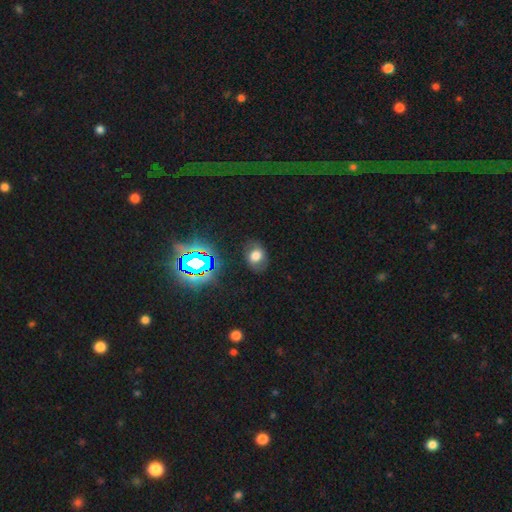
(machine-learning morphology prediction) A smooth galaxy with no disk features (63%) that is in between round and cigar-shaped (53%).

Vote fractions:
- Smooth or featured? smooth: 63% / star or artifact: 20% / featured or disk: 17%
- How rounded? in between: 53% / round: 46% / cigar-shaped: 1%
- Merging? none: 76% / minor disturbance: 16% / major disturbance: 6% / merger: 2%